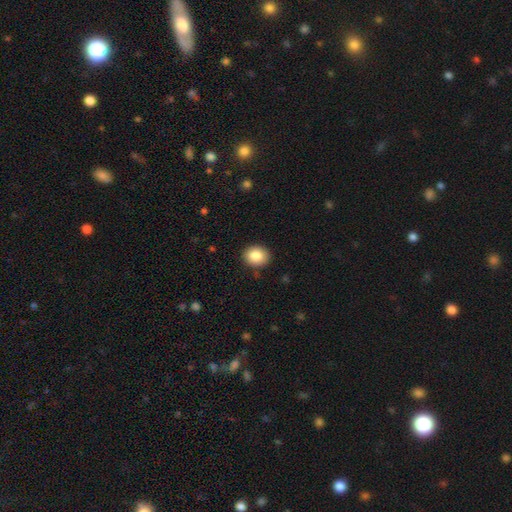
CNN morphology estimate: smooth 87%, star or artifact 8%, featured or disk 5%. Down the decision tree: how rounded — round (59%); merging — none (88%).